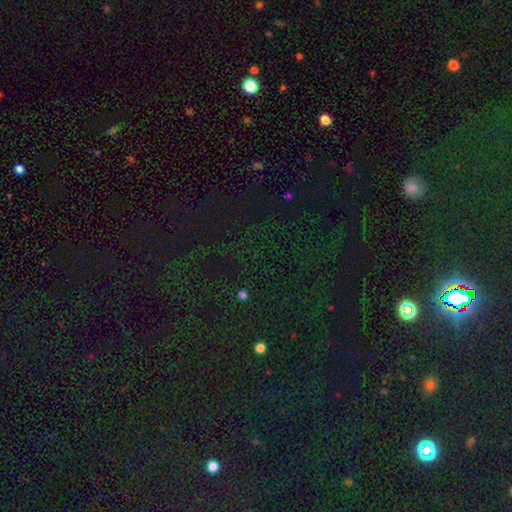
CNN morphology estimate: This is likely a star or artifact rather than a galaxy (78%).